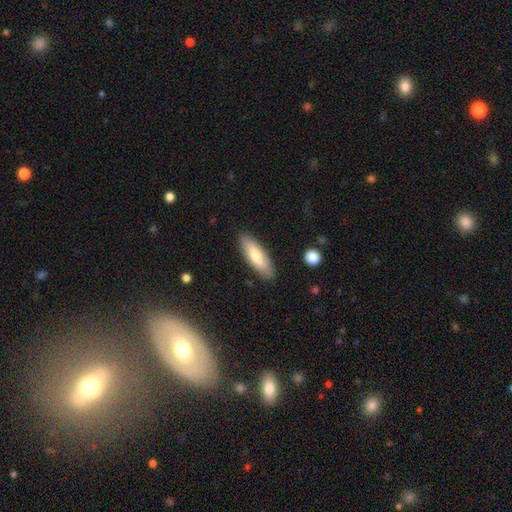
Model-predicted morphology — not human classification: A smooth galaxy with no disk features (71%) that is in between round and cigar-shaped (55%).

Vote fractions:
- Smooth or featured? smooth: 71% / featured or disk: 23% / star or artifact: 6%
- How rounded? in between: 55% / cigar-shaped: 44% / round: 2%
- Merging? none: 87% / minor disturbance: 10% / major disturbance: 2% / merger: 1%